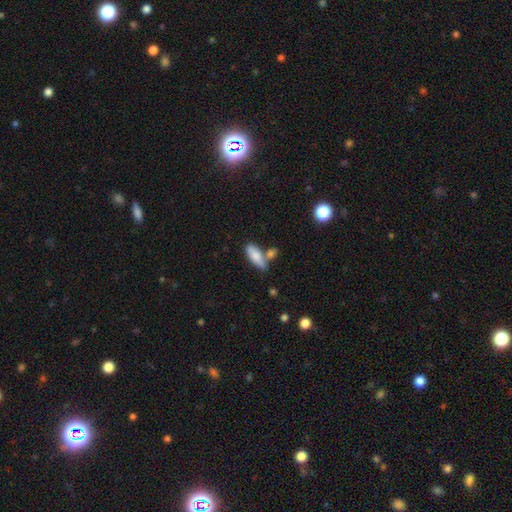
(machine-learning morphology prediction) This is clearly a smooth galaxy (81%). How rounded: likely in between (73%). Merging: possibly none (53%).